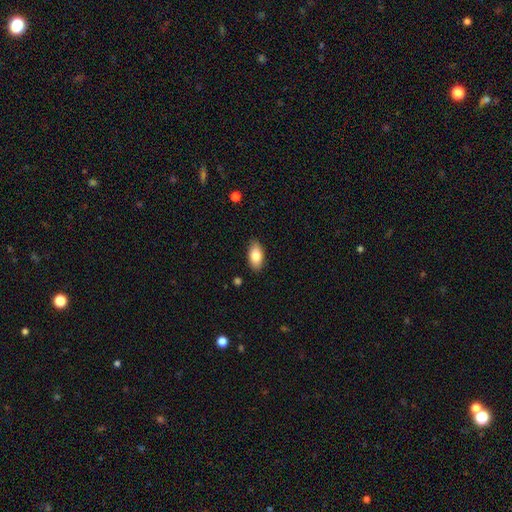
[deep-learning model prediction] This appears to be a smooth galaxy with no disk features (83%) that is in between round and cigar-shaped (92%). Merging: none (88%).